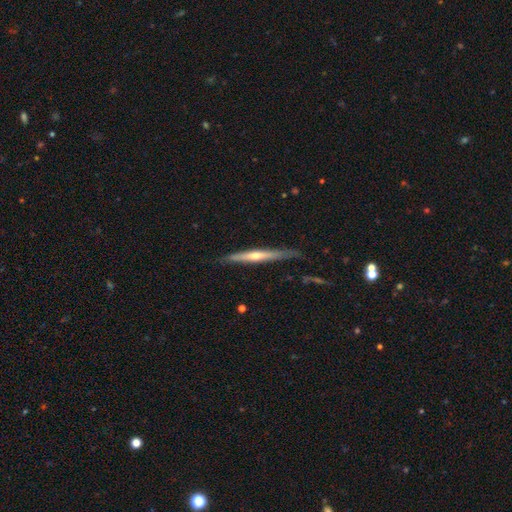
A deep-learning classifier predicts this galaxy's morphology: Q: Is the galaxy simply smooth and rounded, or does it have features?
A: featured or disk — 65%.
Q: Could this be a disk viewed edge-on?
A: yes — 95%.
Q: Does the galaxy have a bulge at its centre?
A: rounded — 71%.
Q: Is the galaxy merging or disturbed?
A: none — 78%.